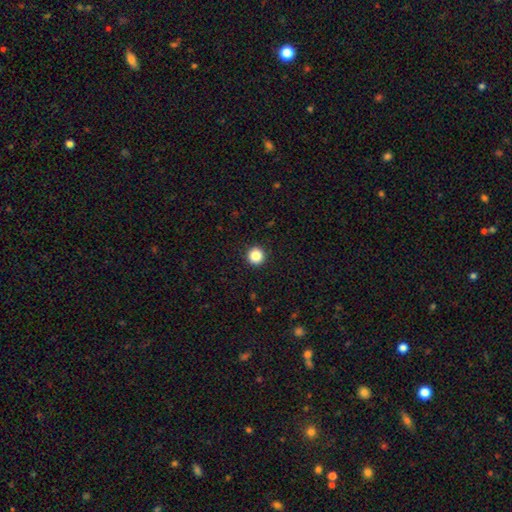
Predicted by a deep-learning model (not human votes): Overall: smooth (86%). How rounded: round (96%). Merging: none (94%).